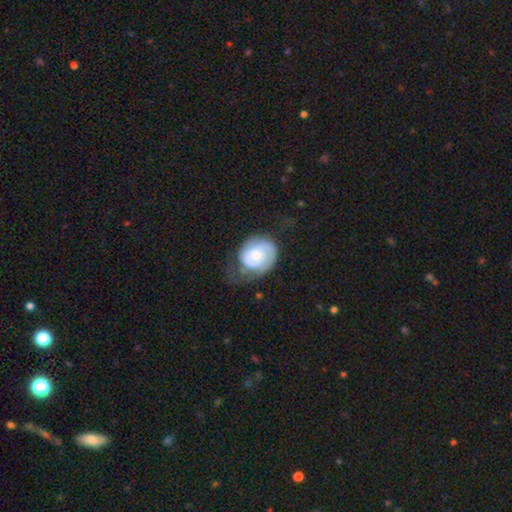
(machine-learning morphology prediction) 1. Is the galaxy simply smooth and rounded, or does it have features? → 55% featured or disk, 39% smooth, 6% star or artifact.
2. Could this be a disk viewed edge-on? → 98% no, 2% yes.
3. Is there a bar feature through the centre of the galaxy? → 69% no, 27% weak, 5% strong.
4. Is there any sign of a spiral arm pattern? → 75% yes, 25% no.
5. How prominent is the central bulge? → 48% small, 42% moderate, 5% large, 3% none, 1% dominant.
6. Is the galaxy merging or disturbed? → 39% none, 31% minor disturbance, 29% major disturbance, 2% merger.